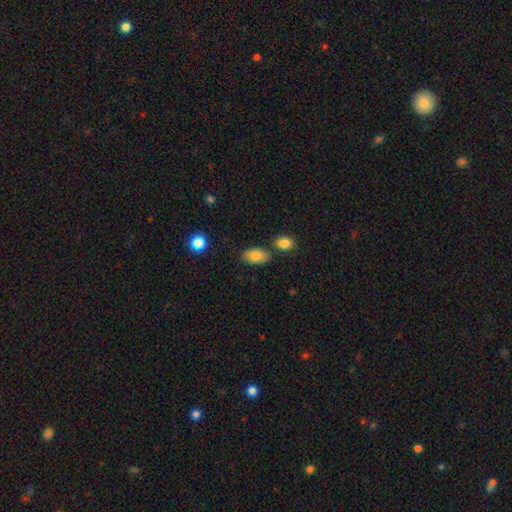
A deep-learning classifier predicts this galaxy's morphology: Smooth or featured? Predicted: smooth (p=0.84). How rounded? Predicted: in between (p=0.93). Merging? Predicted: none (p=0.77).